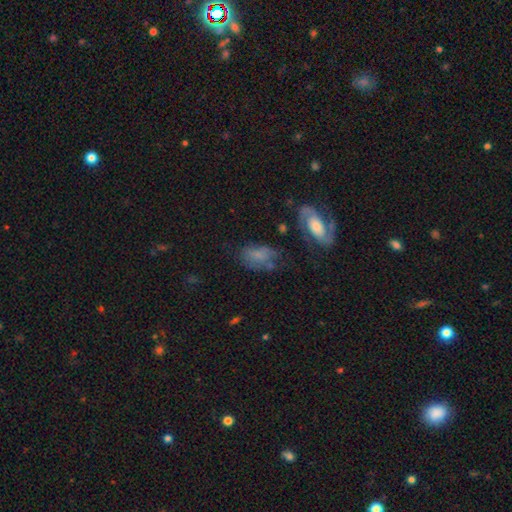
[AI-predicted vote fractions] The model was most divided on "smooth or featured": smooth: 51%, featured or disk: 35%, star or artifact: 14%. More confident: how rounded — in between (85%); merging — none (51%).